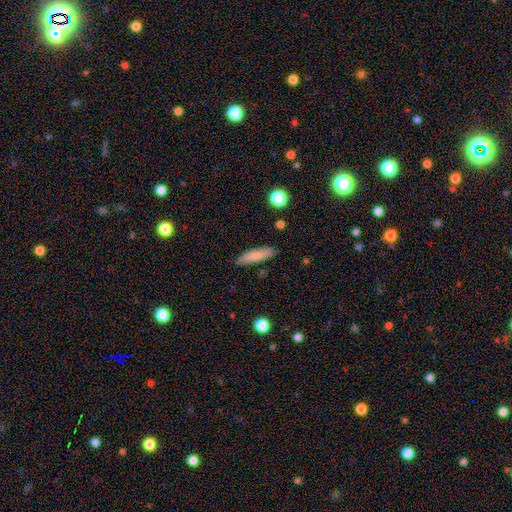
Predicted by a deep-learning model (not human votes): This is likely a smooth galaxy (79%). How rounded: likely cigar-shaped (76%). Merging: clearly none (88%).